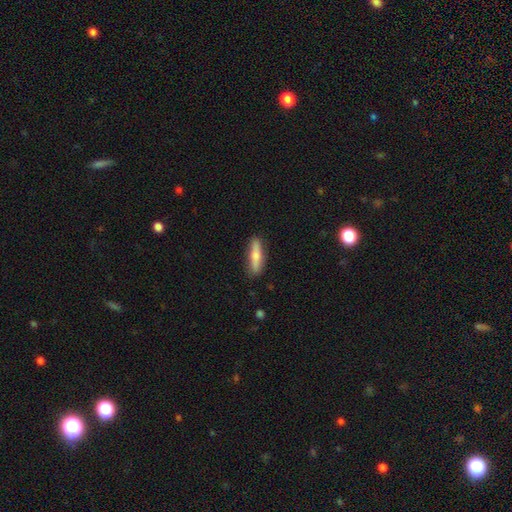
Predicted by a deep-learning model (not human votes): This appears to be a smooth galaxy with no disk features (67%) that is cigar-shaped (74%). Merging: none (86%).